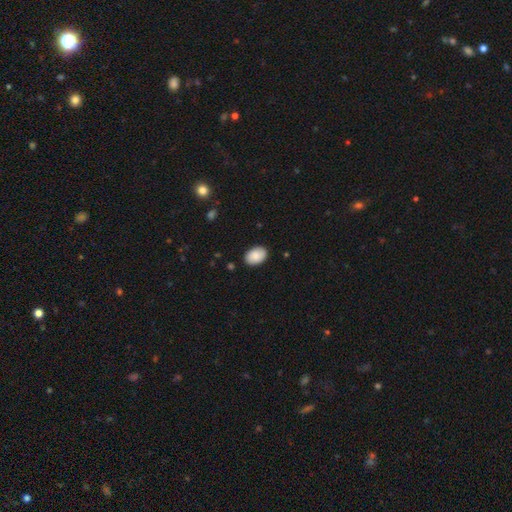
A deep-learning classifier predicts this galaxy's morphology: Q: Smooth or featured?
A: smooth (88%); runner-up: featured or disk (6%)
Q: How rounded?
A: in between (87%); runner-up: round (12%)
Q: Merging?
A: none (88%); runner-up: minor disturbance (9%)